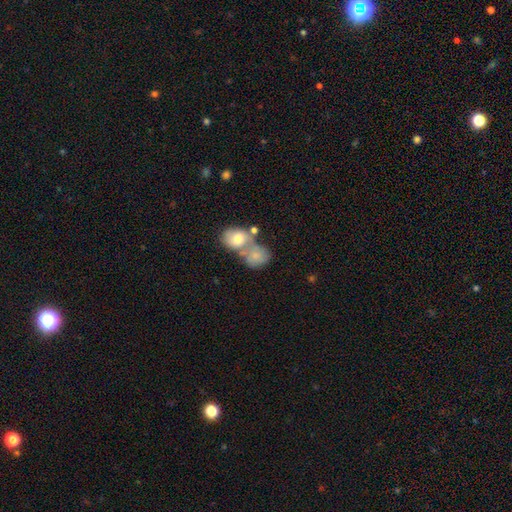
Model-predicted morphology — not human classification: Overall: smooth (75%). How rounded: round (55%; in between 44%). Merging: merger (66%).